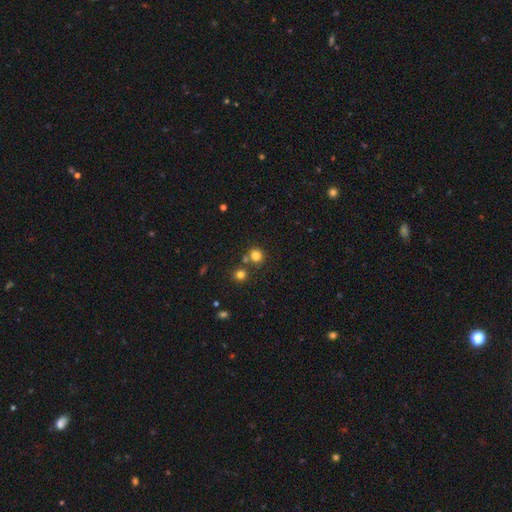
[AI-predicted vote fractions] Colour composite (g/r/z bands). It shows a smooth galaxy with no disk features (79%) that is round (87%). Merging: none (70%).